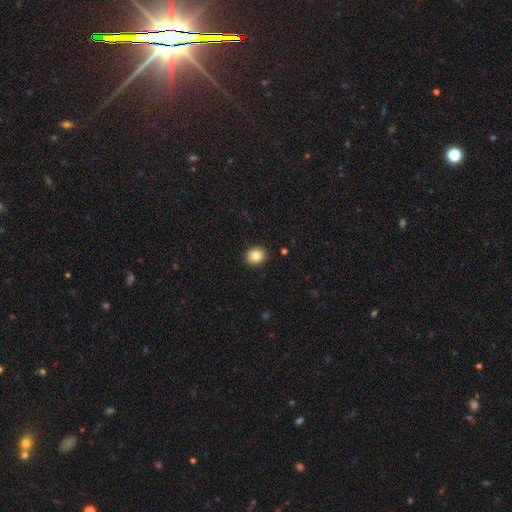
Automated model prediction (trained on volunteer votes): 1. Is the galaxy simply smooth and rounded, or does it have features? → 86% smooth, 9% star or artifact, 5% featured or disk.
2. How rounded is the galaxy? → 71% round, 28% in between, 1% cigar-shaped.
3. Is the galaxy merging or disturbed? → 92% none, 6% minor disturbance, 2% major disturbance, 1% merger.